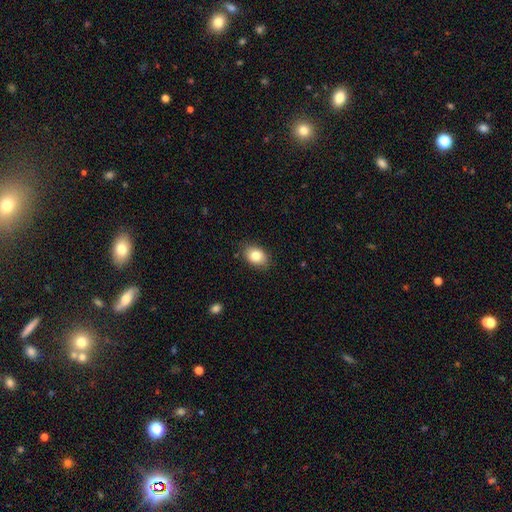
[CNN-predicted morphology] smooth_or_featured: smooth (p=0.82) [alt: featured or disk p=0.10]
how_rounded: in between (p=0.81) [alt: round p=0.18]
merging: none (p=0.84) [alt: minor disturbance p=0.13]